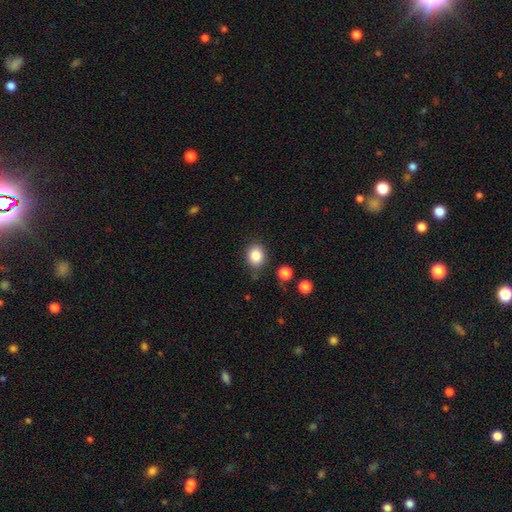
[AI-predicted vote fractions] This appears to be a smooth galaxy with no disk features (86%) that is round (62%). Merging: none (79%).